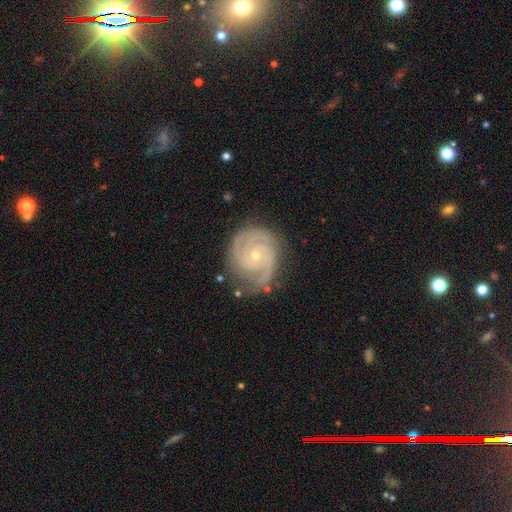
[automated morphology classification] This is clearly a featured or disk galaxy (92%). It is clearly not viewed edge-on (98%). Bar: likely no (73%). Spiral arm pattern: clearly yes (98%). Spiral arm count: marginally 2 (42%). Spiral winding: likely tight (73%). Central bulge: likely small (68%). Merging: likely none (76%).